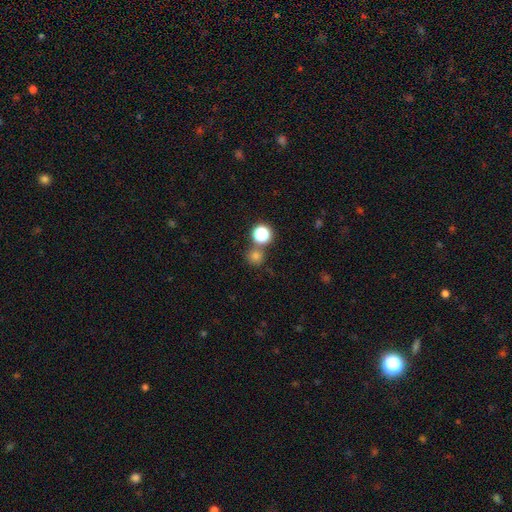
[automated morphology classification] This is likely a smooth galaxy (72%). How rounded: clearly round (90%). Merging: likely none (70%).